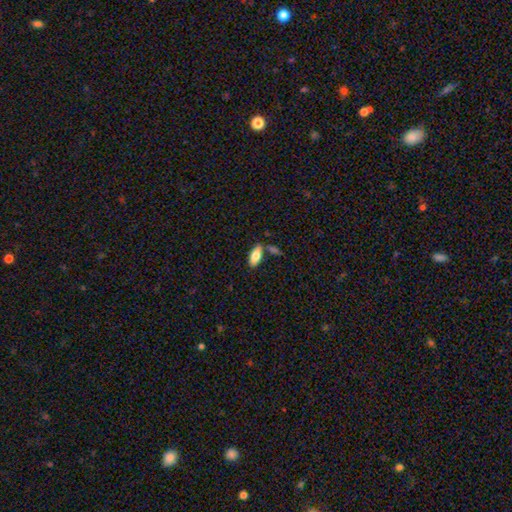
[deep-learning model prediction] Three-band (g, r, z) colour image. It shows a smooth galaxy with no disk features (77%) that is in between round and cigar-shaped (83%). Merging: none (71%).